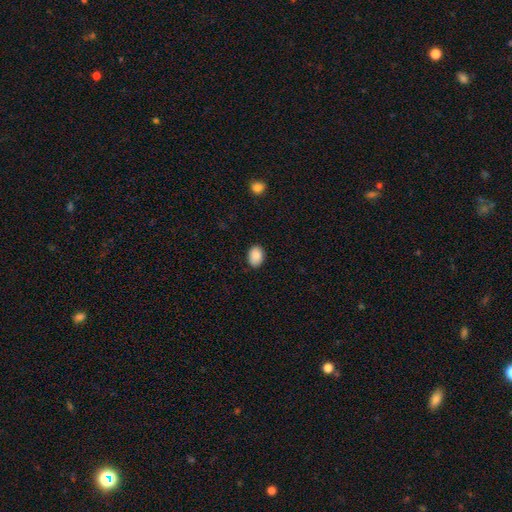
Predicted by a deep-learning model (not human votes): Q: Smooth or featured?
A: smooth (89%); runner-up: star or artifact (7%)
Q: How rounded?
A: in between (75%); runner-up: round (24%)
Q: Merging?
A: none (87%); runner-up: minor disturbance (10%)